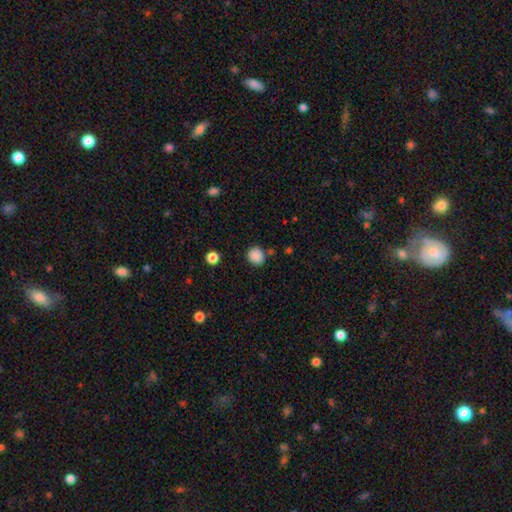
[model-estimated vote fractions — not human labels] Morphology: type=smooth (87%); roundness=round (77%); merging=none (80%).